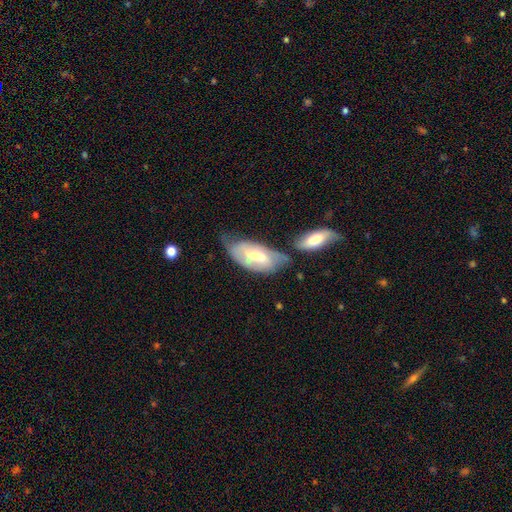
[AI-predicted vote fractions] Smooth or featured? featured or disk (47%, tied with smooth)
Merging? none (33%)